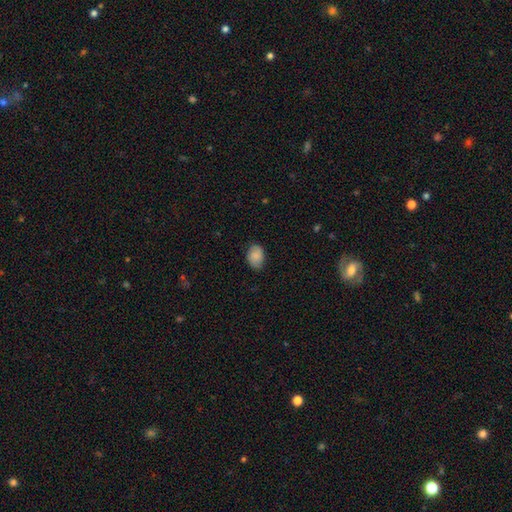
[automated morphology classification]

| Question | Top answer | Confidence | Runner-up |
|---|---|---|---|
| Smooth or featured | smooth | 82% | featured or disk (11%) |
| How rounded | in between | 78% | round (21%) |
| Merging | none | 79% | minor disturbance (17%) |